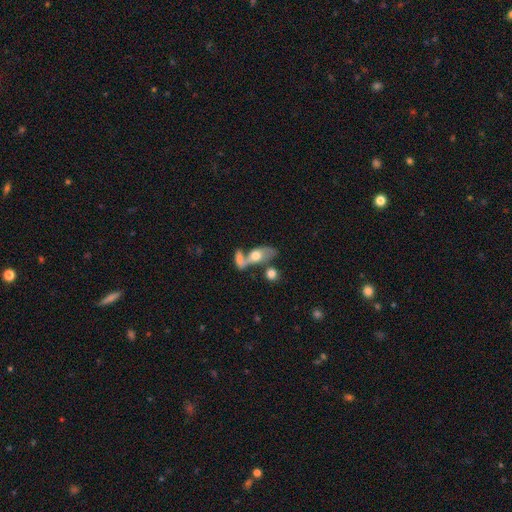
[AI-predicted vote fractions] This is possibly a smooth galaxy (50%). Merging: possibly merger (52%).